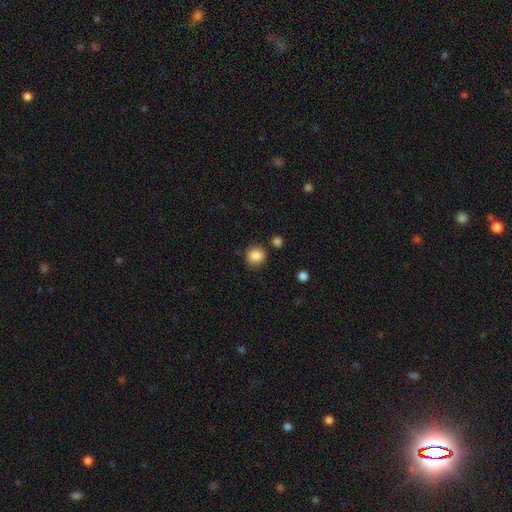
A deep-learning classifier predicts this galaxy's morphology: This appears to be a smooth galaxy with no disk features (87%) that is round (83%). Merging: none (83%).